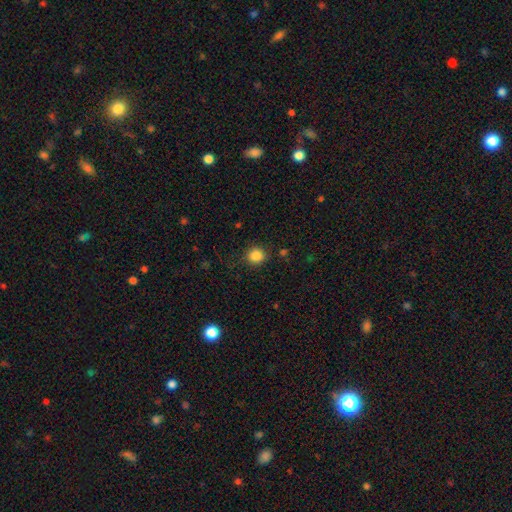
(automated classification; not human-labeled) Morphology: type=smooth (85%); roundness=round (86%); merging=none (86%).